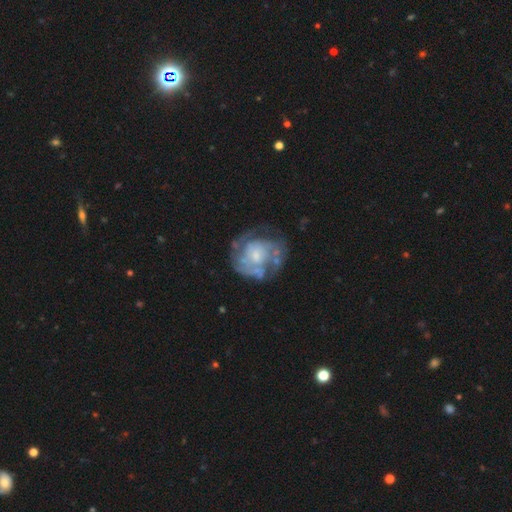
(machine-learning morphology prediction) Smooth or featured?
  - featured or disk: 73% *
  - smooth: 20%
  - star or artifact: 7%
Edge-on disk?
  - no: 98% *
  - yes: 2%
Bar?
  - no: 75% *
  - weak: 21%
  - strong: 4%
Spiral arms?
  - yes: 70% *
  - no: 30%
Spiral winding?
  - tight: 52% *
  - medium: 33%
  - loose: 15%
Spiral arm count?
  - can't tell: 45% *
  - 2: 26%
  - 3: 12%
  - 1: 8%
  - 4: 5%
  - more than 4: 4%
Bulge size?
  - small: 44% *
  - moderate: 36%
  - none: 11%
  - large: 7%
  - dominant: 2%
Merging?
  - none: 54% *
  - minor disturbance: 22%
  - major disturbance: 20%
  - merger: 4%